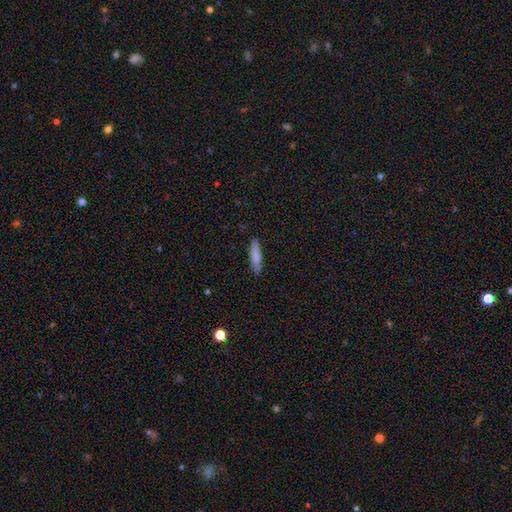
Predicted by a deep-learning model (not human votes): Smooth or featured: smooth — 80% (featured or disk — 14%)
How rounded: cigar-shaped — 80% (in between — 18%)
Merging: none — 88% (minor disturbance — 9%)